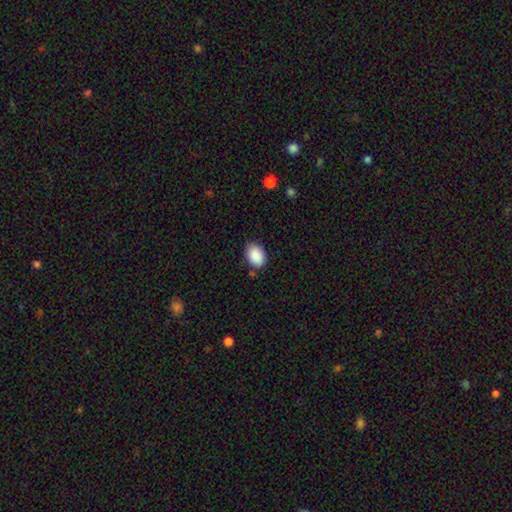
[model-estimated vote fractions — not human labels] This is clearly a smooth galaxy (90%). How rounded: likely in between (79%). Merging: clearly none (83%).